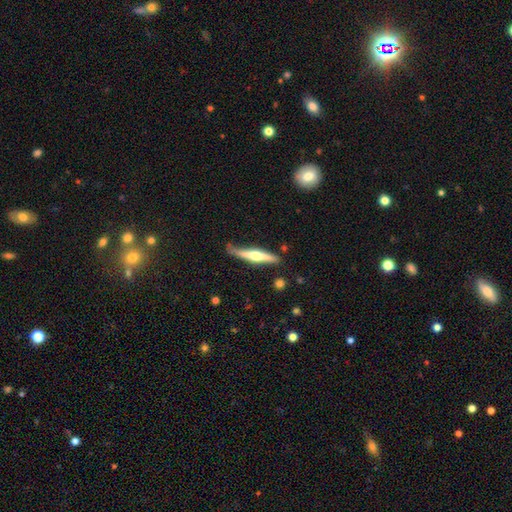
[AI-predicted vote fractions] Smooth or featured? Predicted: featured or disk (p=0.63). Edge-on disk? Predicted: yes (p=0.95). Edge-on bulge? Predicted: rounded (p=0.85). Merging? Predicted: none (p=0.66).